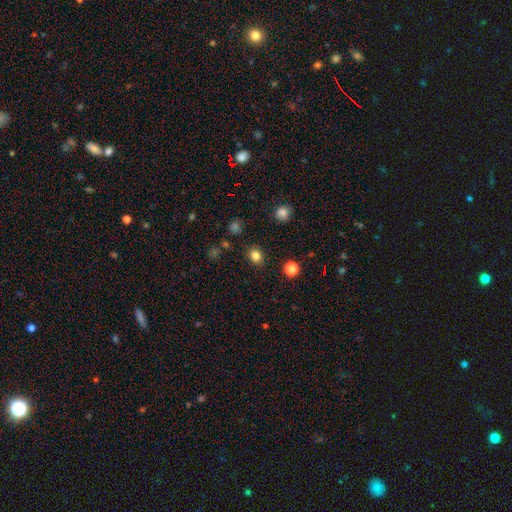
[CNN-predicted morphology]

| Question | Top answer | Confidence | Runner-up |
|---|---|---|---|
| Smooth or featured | smooth | 81% | star or artifact (13%) |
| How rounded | round | 52% | in between (47%) |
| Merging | none | 87% | minor disturbance (8%) |